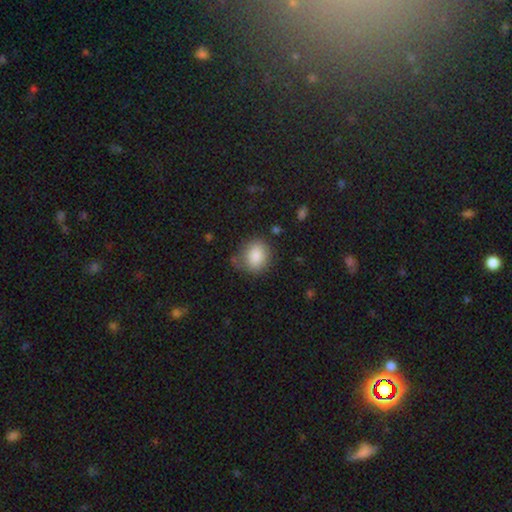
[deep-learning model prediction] This appears to be a smooth galaxy with no disk features (86%) that is round (63%). Merging: none (72%).